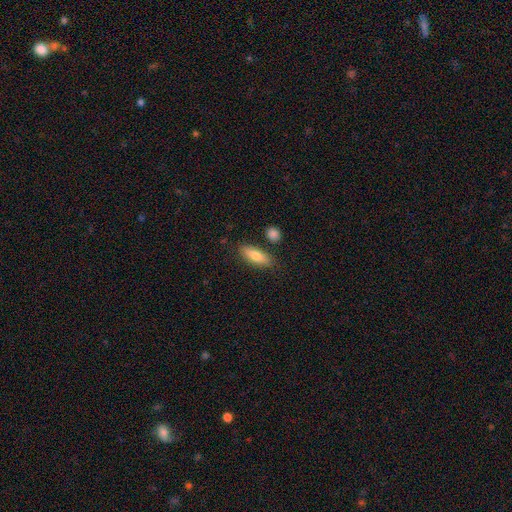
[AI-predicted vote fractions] smooth_or_featured: smooth (p=0.75) [alt: featured or disk p=0.18]
how_rounded: in between (p=0.60) [alt: cigar-shaped p=0.37]
merging: none (p=0.81) [alt: minor disturbance p=0.12]